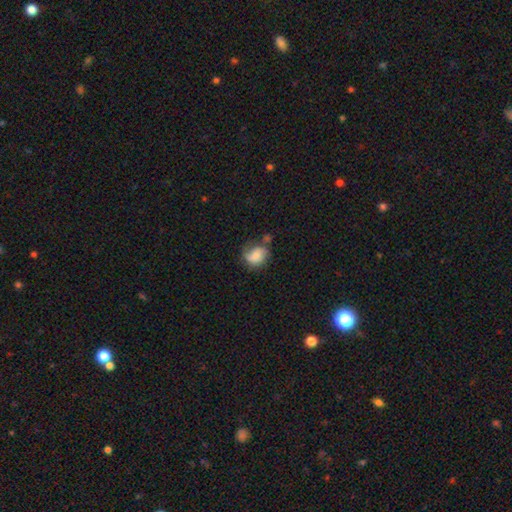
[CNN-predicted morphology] A smooth galaxy with no disk features (53%) that is round (54%). Merging: none (43%).